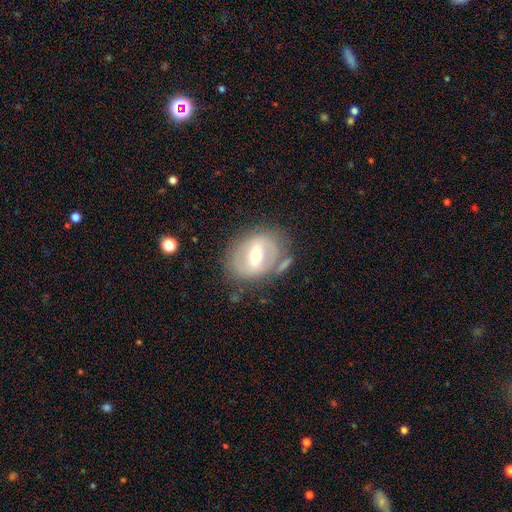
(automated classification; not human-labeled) This is likely a featured or disk galaxy (65%). It is clearly not viewed edge-on (93%). Bar: marginally weak (42%). Spiral arm pattern: possibly no (50%, tied with yes). Central bulge: likely moderate (65%). Merging: likely none (65%).